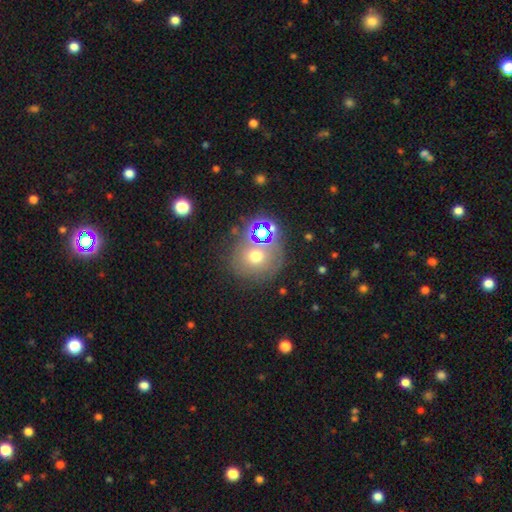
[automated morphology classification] type=smooth (56%); roundness=round (82%); merging=none (64%).